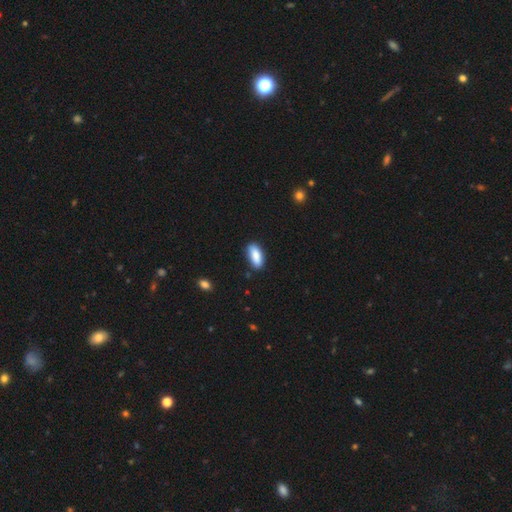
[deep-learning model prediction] This appears to be a smooth galaxy with no disk features (87%) that is in between round and cigar-shaped (83%). Merging: none (83%).